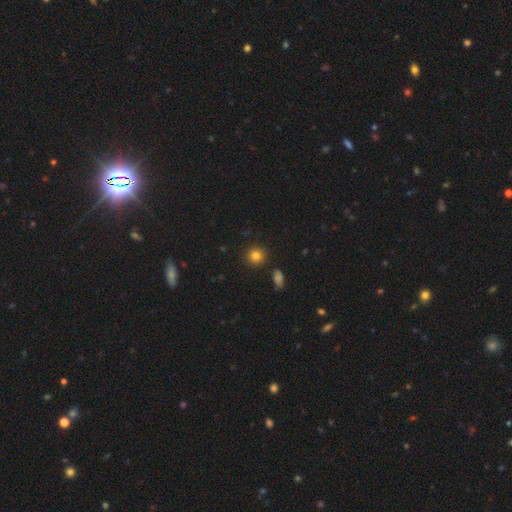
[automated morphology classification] Smooth or featured?
  - smooth: 83% *
  - star or artifact: 12%
  - featured or disk: 6%
How rounded?
  - round: 87% *
  - in between: 12%
  - cigar-shaped: 1%
Merging?
  - none: 87% *
  - minor disturbance: 7%
  - merger: 3%
  - major disturbance: 2%